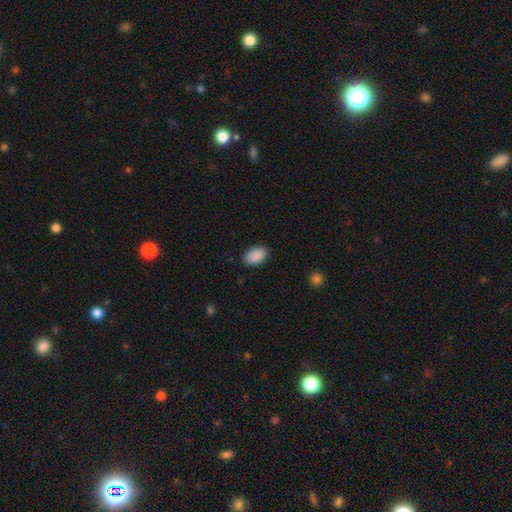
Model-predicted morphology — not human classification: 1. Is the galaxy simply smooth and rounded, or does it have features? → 91% smooth, 7% star or artifact, 3% featured or disk.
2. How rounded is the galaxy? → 91% in between, 8% round, 1% cigar-shaped.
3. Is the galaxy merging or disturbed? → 87% none, 10% minor disturbance, 2% major disturbance, 1% merger.